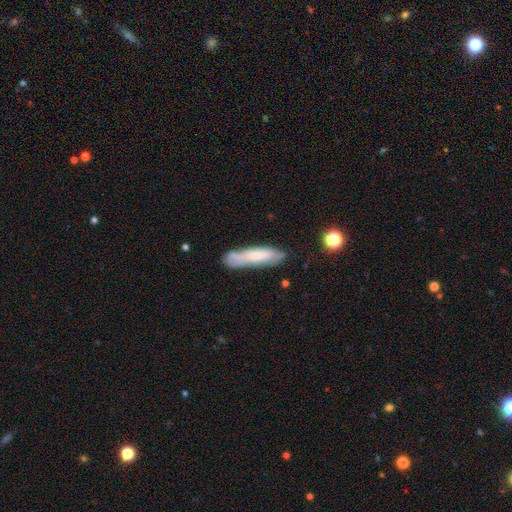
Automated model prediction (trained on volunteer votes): Smooth or featured? Predicted: smooth (p=0.59). How rounded? Predicted: cigar-shaped (p=0.76). Merging? Predicted: none (p=0.64).